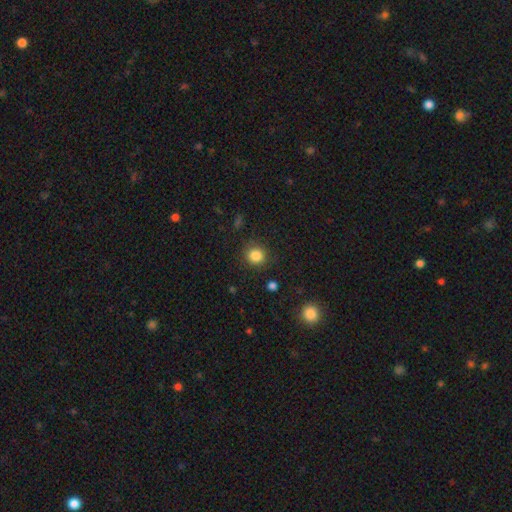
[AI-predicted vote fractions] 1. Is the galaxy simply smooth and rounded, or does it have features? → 85% smooth, 11% star or artifact, 4% featured or disk.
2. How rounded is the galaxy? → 91% round, 9% in between, 1% cigar-shaped.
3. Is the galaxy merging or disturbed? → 88% none, 8% minor disturbance, 3% major disturbance, 1% merger.